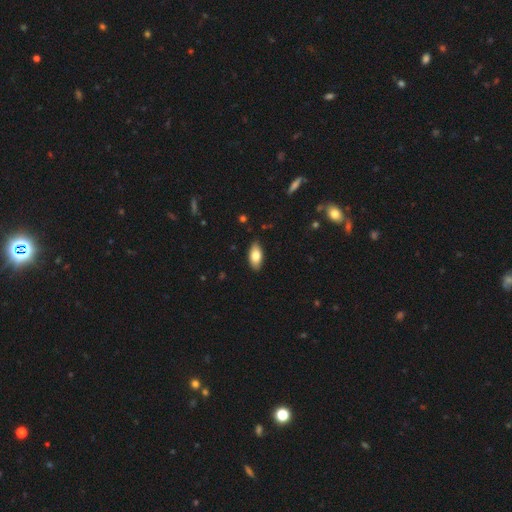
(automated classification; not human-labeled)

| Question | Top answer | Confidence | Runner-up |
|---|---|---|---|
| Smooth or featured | smooth | 78% | featured or disk (16%) |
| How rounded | in between | 90% | cigar-shaped (8%) |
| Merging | none | 87% | minor disturbance (10%) |